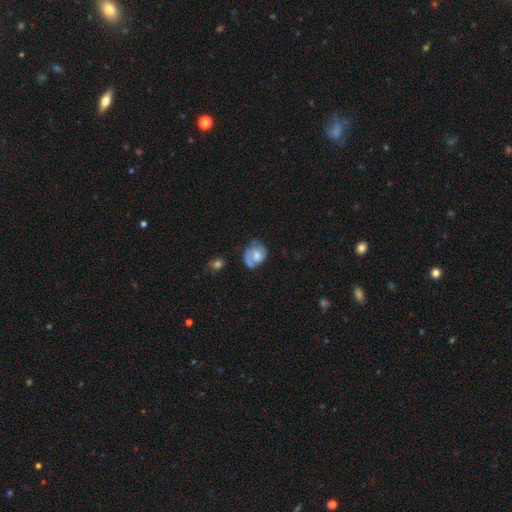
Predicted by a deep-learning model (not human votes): This appears to be a featured or disk galaxy (62%) with no bar (67%), 2 (61%) tight (42%) spiral arms (84%) and a moderate central bulge (56%). Merging: none (55%).